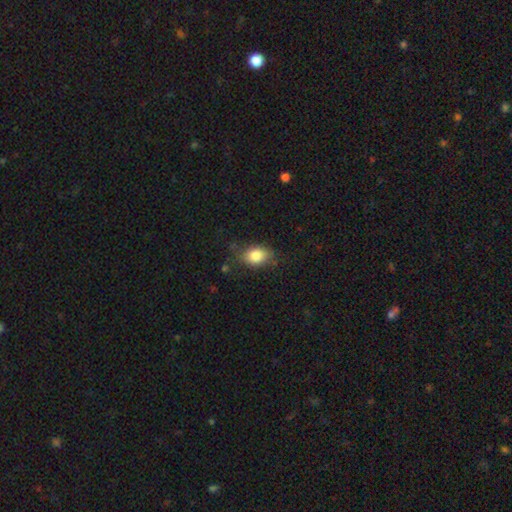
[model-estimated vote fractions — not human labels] smooth_or_featured: smooth (p=0.83) [alt: featured or disk p=0.08]
how_rounded: in between (p=0.73) [alt: round p=0.25]
merging: none (p=0.70) [alt: minor disturbance p=0.22]